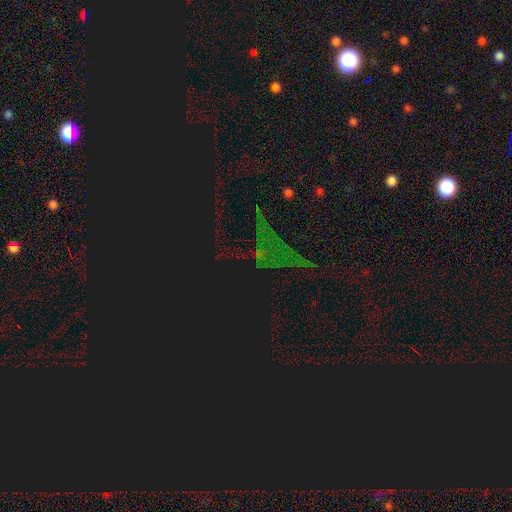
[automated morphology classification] smooth_or_featured: star or artifact (p=0.81) [alt: smooth p=0.12]